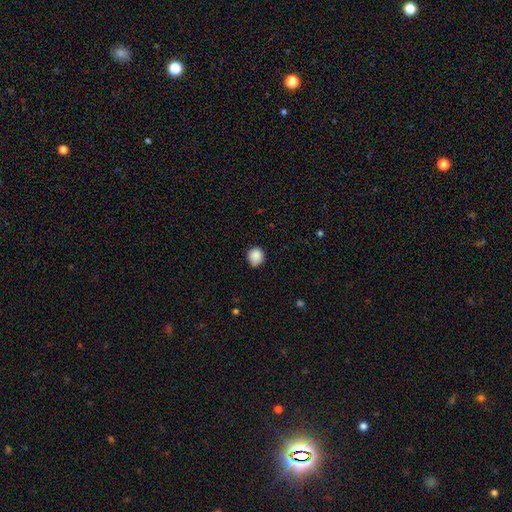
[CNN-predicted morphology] This is clearly a smooth galaxy (88%). How rounded: clearly round (87%). Merging: clearly none (82%).